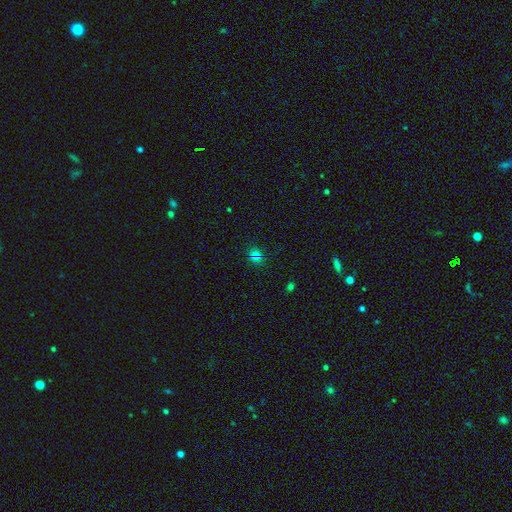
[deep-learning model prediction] smooth 59%, star or artifact 31%, featured or disk 9%. Down the decision tree: how rounded — round (80%); merging — none (74%).